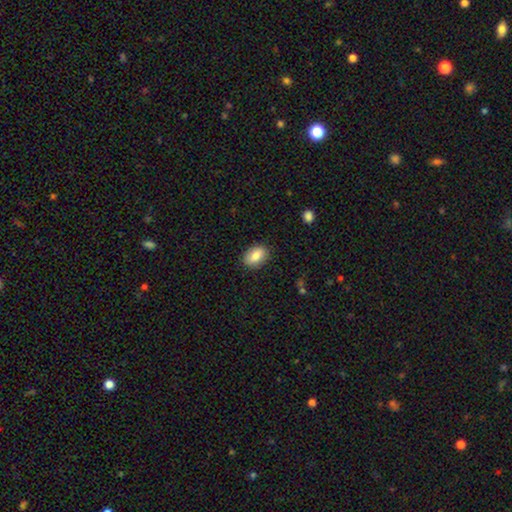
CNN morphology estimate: The model was most divided on "smooth or featured": smooth: 84%, featured or disk: 9%, star or artifact: 7%. More confident: how rounded — in between (89%); merging — none (87%).